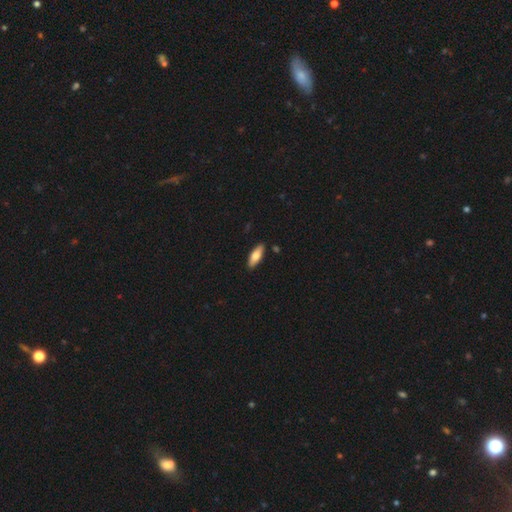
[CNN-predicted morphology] A smooth galaxy with no disk features (75%) that is in between round and cigar-shaped (65%). Merging: none (88%).